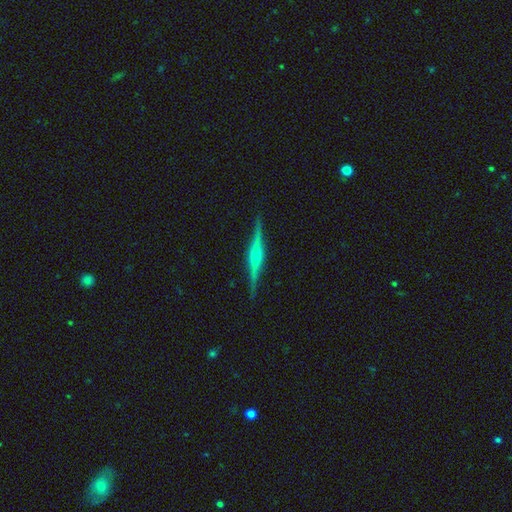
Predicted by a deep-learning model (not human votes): Overall: featured or disk (80%). Edge-on disk: yes (98%). Edge-on bulge: rounded (61%; boxy 29%). Merging: none (90%).